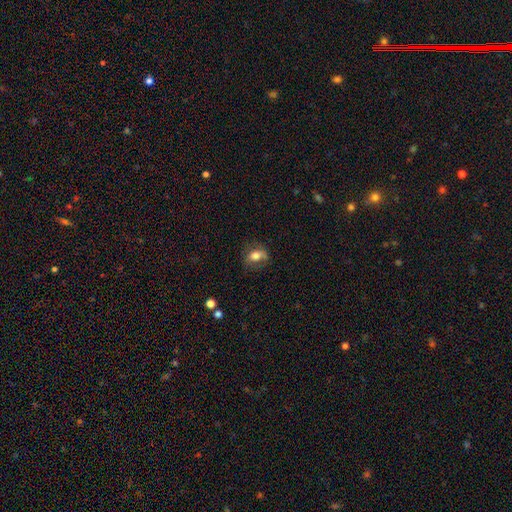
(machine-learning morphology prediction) A smooth galaxy with no disk features (67%) that is in between round and cigar-shaped (75%).

Vote fractions:
- Smooth or featured? smooth: 67% / featured or disk: 24% / star or artifact: 9%
- How rounded? in between: 75% / round: 21% / cigar-shaped: 4%
- Merging? none: 64% / minor disturbance: 23% / major disturbance: 12% / merger: 2%